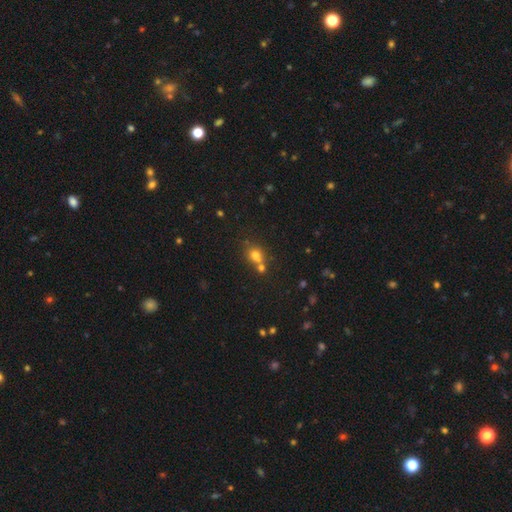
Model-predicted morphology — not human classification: Smooth or featured?
  - smooth: 70% *
  - star or artifact: 18%
  - featured or disk: 12%
How rounded?
  - round: 65% *
  - in between: 34%
  - cigar-shaped: 2%
Merging?
  - none: 43% *
  - merger: 42%
  - minor disturbance: 11%
  - major disturbance: 5%